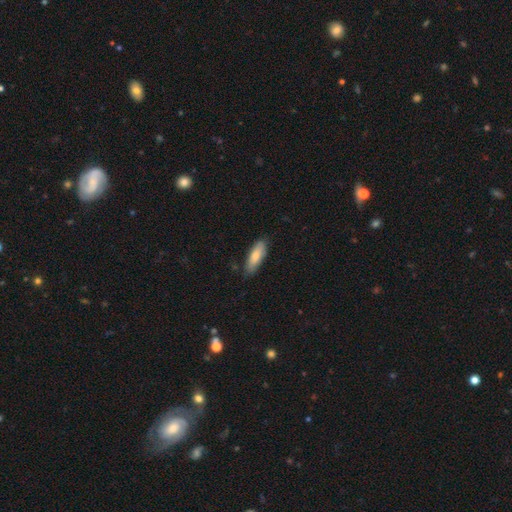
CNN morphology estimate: The model was most divided on "how rounded": in between: 60%, cigar-shaped: 39%, round: 2%. More confident: smooth or featured — smooth (80%); merging — none (79%).